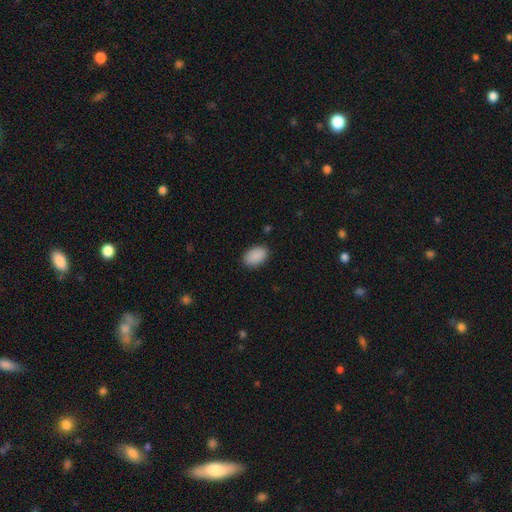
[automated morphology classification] Smooth or featured? smooth (90%)
How rounded? in between (89%)
Merging? none (87%)